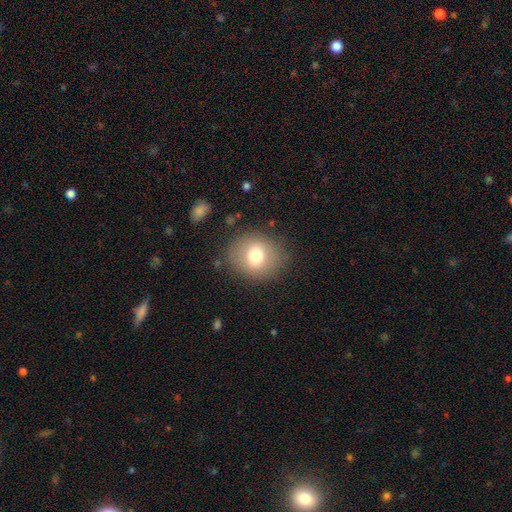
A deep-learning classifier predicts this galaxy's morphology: Smooth or featured: smooth — 72% (featured or disk — 18%)
How rounded: round — 74% (in between — 25%)
Merging: none — 83% (minor disturbance — 11%)